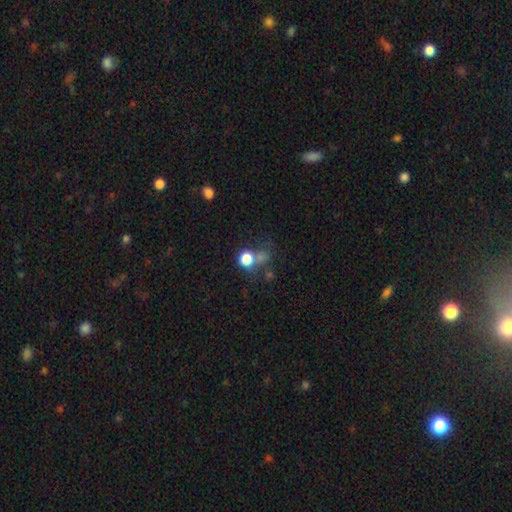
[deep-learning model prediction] This is possibly a smooth galaxy (49%). Merging: possibly none (52%).